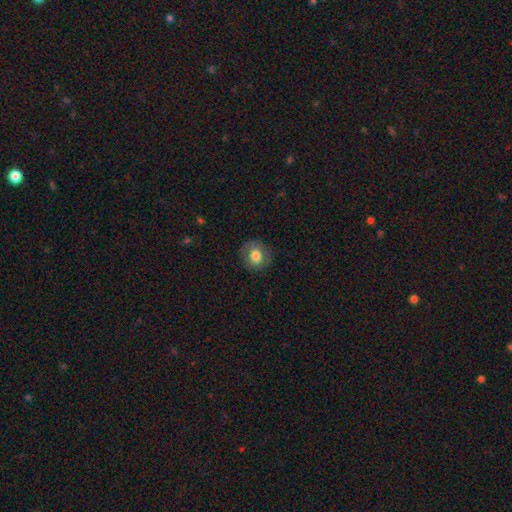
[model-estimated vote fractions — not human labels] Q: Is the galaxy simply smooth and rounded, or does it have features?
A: smooth — 71%.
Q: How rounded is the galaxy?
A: round — 80%.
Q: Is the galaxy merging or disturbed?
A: none — 83%.